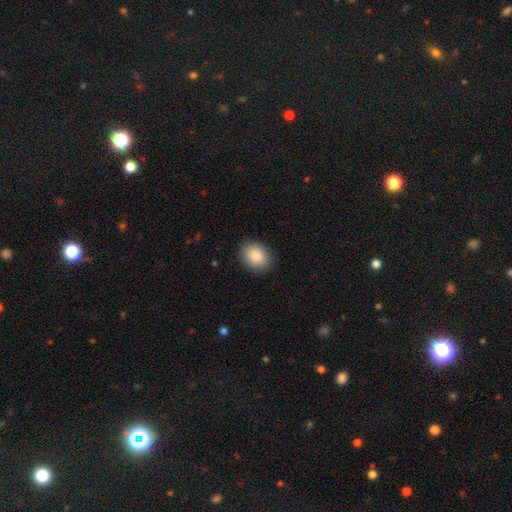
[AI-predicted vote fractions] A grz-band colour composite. It shows a smooth galaxy with no disk features (87%) that is in between round and cigar-shaped (57%). Merging: none (88%).